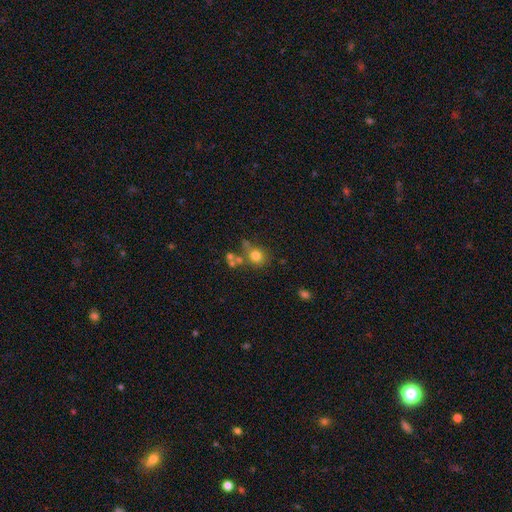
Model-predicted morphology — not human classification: smooth 74%, star or artifact 14%, featured or disk 12%. Down the decision tree: how rounded — round (83%); merging — none (59%).